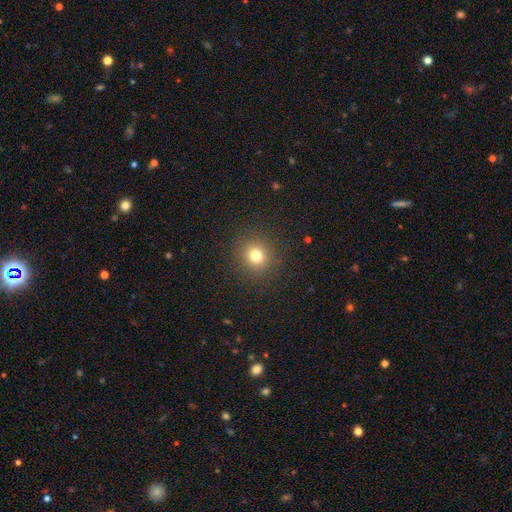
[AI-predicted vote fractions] Morphology: type=smooth (77%); roundness=round (89%); merging=none (90%).